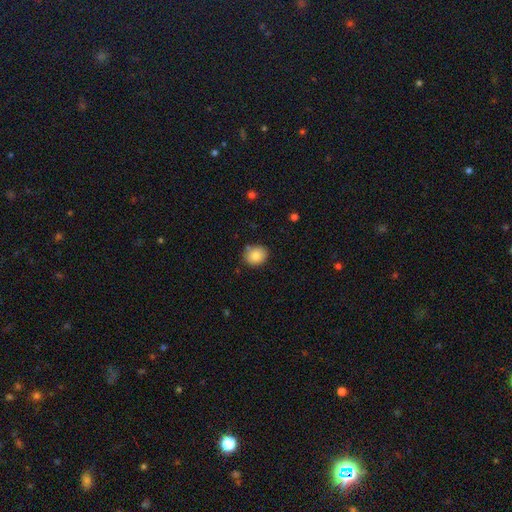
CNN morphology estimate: smooth_or_featured: smooth (p=0.84) [alt: star or artifact p=0.09]
how_rounded: round (p=0.66) [alt: in between p=0.33]
merging: none (p=0.83) [alt: minor disturbance p=0.12]